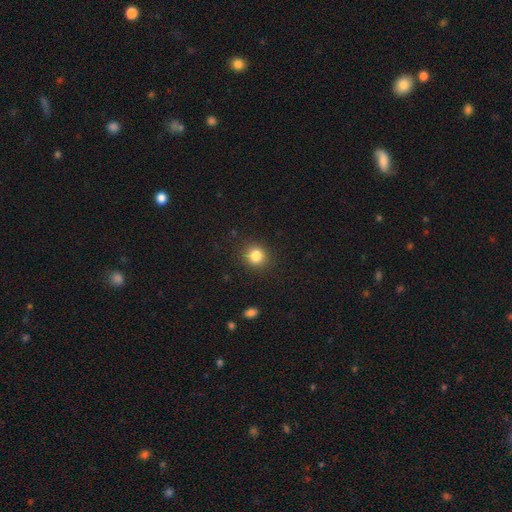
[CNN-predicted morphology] type=smooth (84%); roundness=round (85%); merging=none (88%).